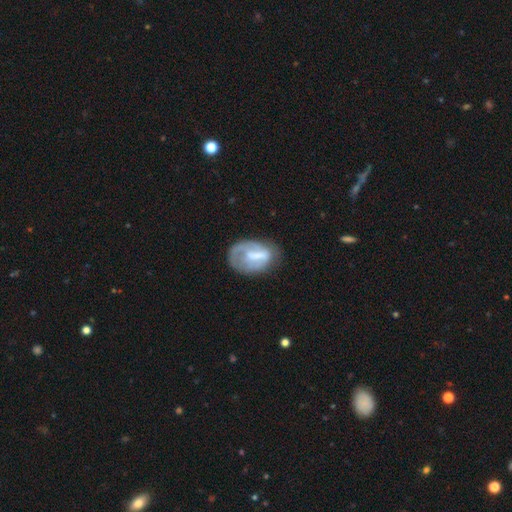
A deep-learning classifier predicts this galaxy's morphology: Q: Smooth or featured?
A: featured or disk (48%); runner-up: smooth (45%)
Q: Merging?
A: none (46%); runner-up: minor disturbance (28%)